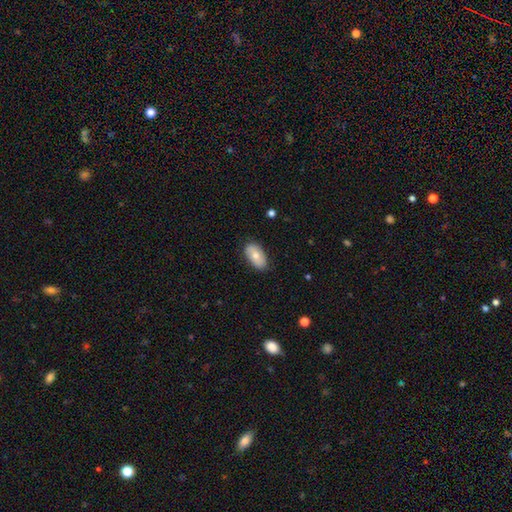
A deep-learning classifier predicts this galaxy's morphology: smooth 69%, featured or disk 25%, star or artifact 6%. Down the decision tree: how rounded — in between (94%); merging — none (82%).